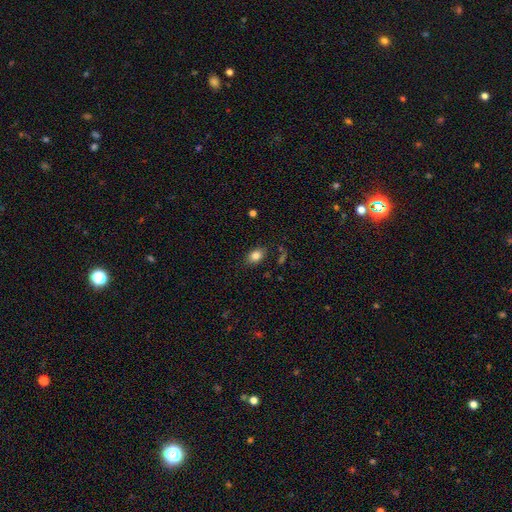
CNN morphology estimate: The model was most divided on "how rounded": in between: 80%, round: 18%, cigar-shaped: 2%. More confident: merging — none (83%); smooth or featured — smooth (82%).